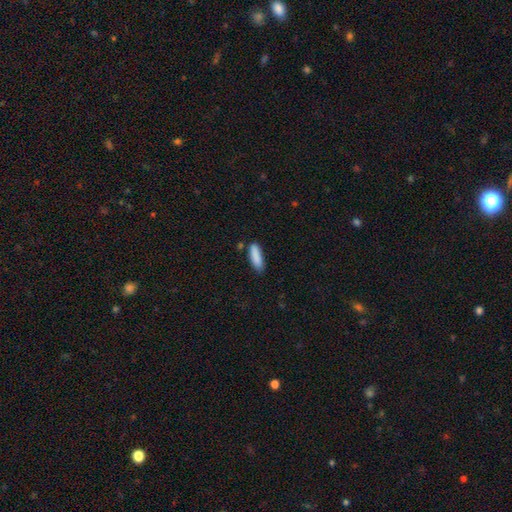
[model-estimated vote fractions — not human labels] smooth_or_featured: smooth (p=0.88) [alt: star or artifact p=0.07]
how_rounded: cigar-shaped (p=0.55) [alt: in between p=0.43]
merging: none (p=0.76) [alt: minor disturbance p=0.17]